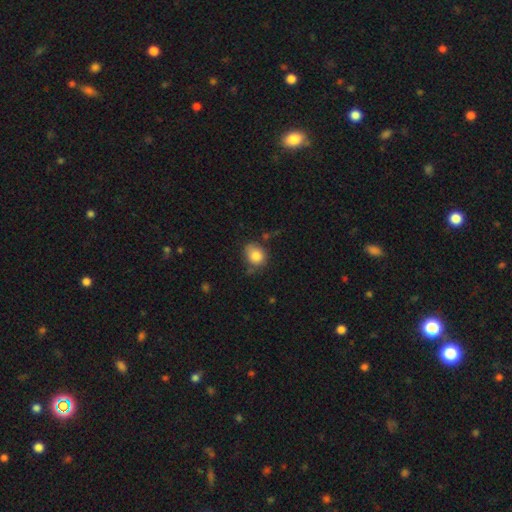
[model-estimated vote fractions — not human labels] Overall: smooth (83%). How rounded: round (60%; in between 39%). Merging: none (61%; minor disturbance 27%).